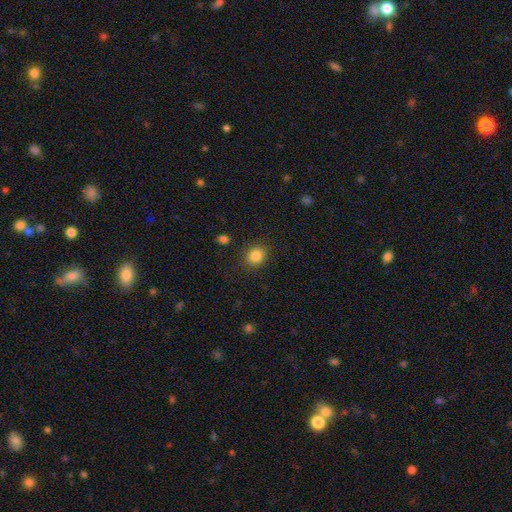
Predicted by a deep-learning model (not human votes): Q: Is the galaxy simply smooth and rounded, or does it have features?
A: smooth — 85%.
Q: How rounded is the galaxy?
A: round — 77%.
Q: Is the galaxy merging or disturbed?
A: none — 87%.